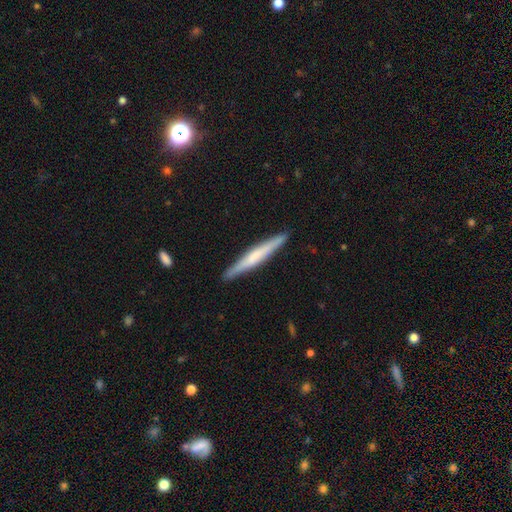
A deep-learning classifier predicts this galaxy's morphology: A featured or disk galaxy (52%) viewed edge-on (97%) with no central bulge (41%). Merging: none (90%).